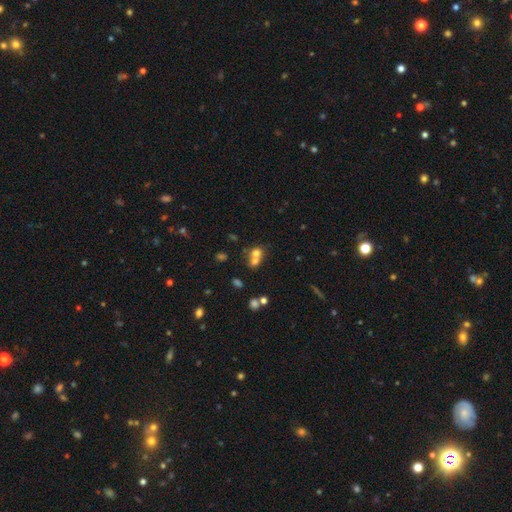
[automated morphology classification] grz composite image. It shows a smooth galaxy with no disk features (66%) that is round (71%). Merging: merger (62%).